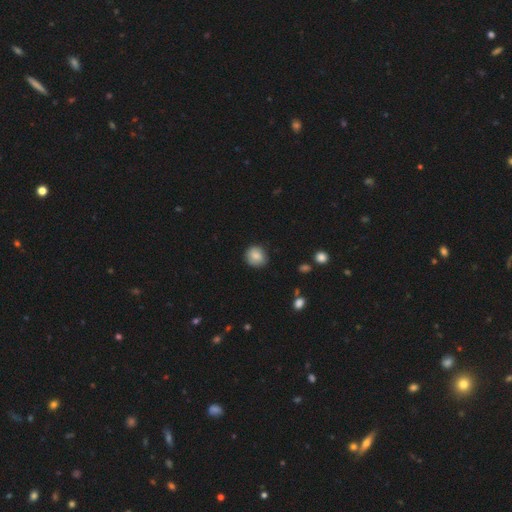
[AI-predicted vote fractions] Smooth or featured?
  - smooth: 83% *
  - featured or disk: 9%
  - star or artifact: 8%
How rounded?
  - round: 78% *
  - in between: 21%
  - cigar-shaped: 1%
Merging?
  - none: 83% *
  - minor disturbance: 13%
  - major disturbance: 3%
  - merger: 1%